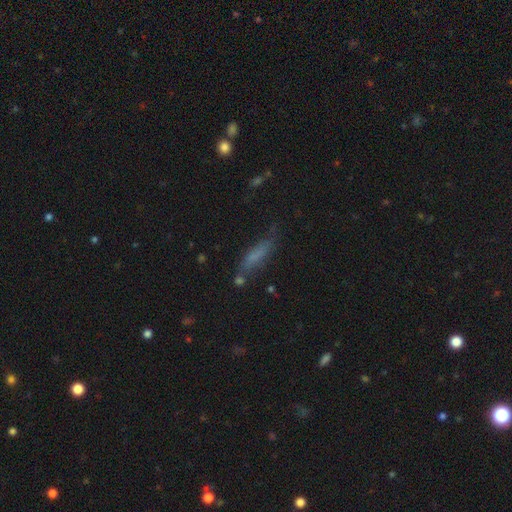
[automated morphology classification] smooth_or_featured: smooth (p=0.65) [alt: featured or disk p=0.23]
how_rounded: cigar-shaped (p=0.70) [alt: in between p=0.27]
merging: none (p=0.61) [alt: minor disturbance p=0.23]